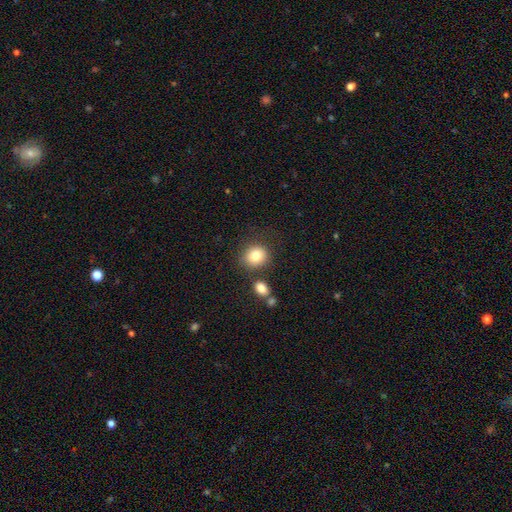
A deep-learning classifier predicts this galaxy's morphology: A smooth galaxy with no disk features (82%) that is round (77%). Merging: none (74%).